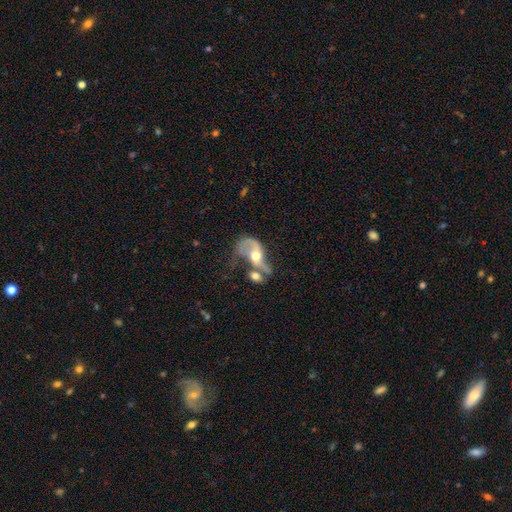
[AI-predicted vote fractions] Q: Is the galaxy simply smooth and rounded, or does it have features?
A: featured or disk — 67%.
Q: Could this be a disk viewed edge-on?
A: no — 93%.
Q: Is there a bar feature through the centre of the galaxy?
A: no — 65%.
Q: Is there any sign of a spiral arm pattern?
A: yes — 72%.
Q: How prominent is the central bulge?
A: moderate — 68%.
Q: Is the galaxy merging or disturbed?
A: merger — 46%.